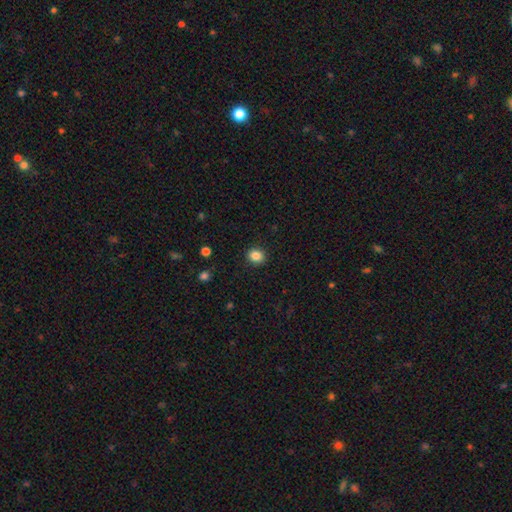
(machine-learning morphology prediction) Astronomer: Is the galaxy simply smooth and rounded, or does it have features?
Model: smooth — 86%.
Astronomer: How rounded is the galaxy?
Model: round — 72%.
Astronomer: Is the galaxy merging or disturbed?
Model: none — 91%.